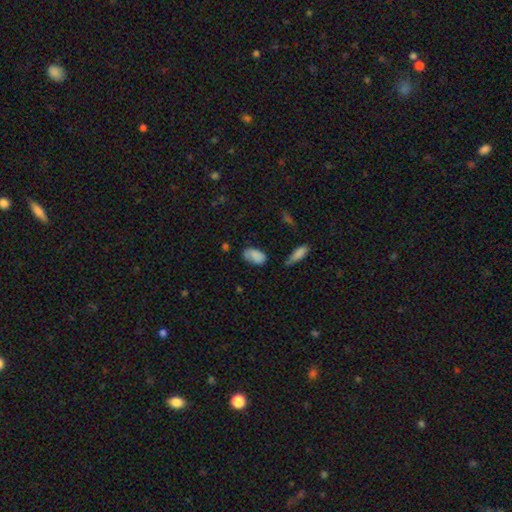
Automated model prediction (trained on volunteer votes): The model was most divided on "merging": none: 59%, minor disturbance: 28%, major disturbance: 8%, merger: 5%. More confident: how rounded — in between (93%); smooth or featured — smooth (82%).